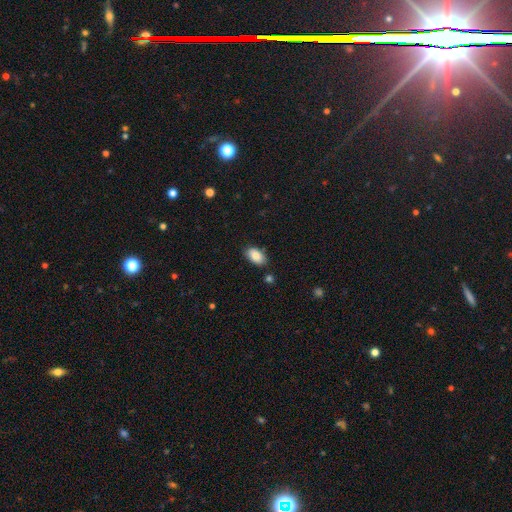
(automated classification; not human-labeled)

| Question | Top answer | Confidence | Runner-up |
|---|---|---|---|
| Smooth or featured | smooth | 86% | star or artifact (7%) |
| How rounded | in between | 94% | round (4%) |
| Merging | none | 84% | minor disturbance (11%) |